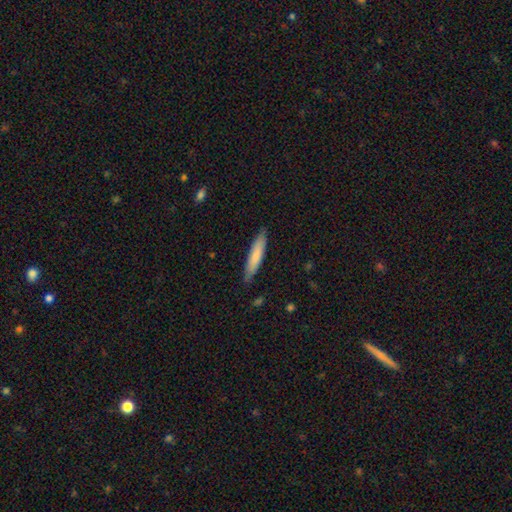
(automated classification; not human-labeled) Q: Smooth or featured?
A: smooth (77%); runner-up: featured or disk (18%)
Q: How rounded?
A: cigar-shaped (87%); runner-up: in between (12%)
Q: Merging?
A: none (86%); runner-up: minor disturbance (11%)